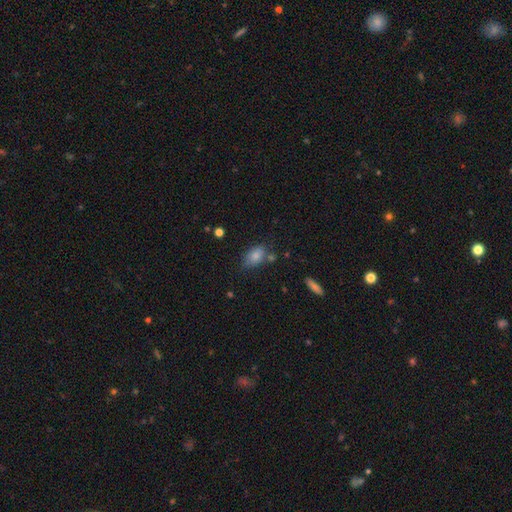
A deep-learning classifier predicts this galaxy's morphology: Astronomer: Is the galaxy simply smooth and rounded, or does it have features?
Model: smooth — 81%.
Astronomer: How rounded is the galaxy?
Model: in between — 88%.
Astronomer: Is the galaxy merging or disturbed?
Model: none — 61%.